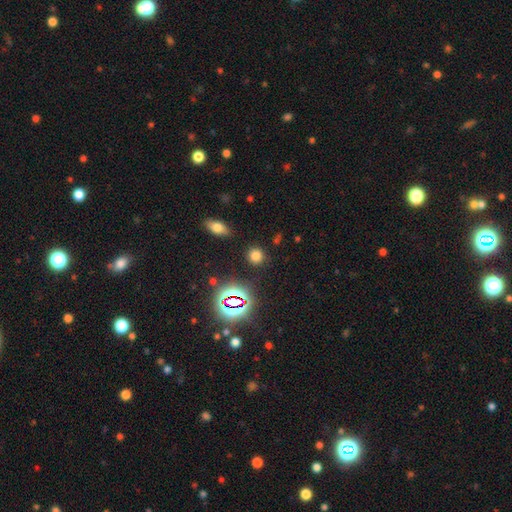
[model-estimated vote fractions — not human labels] Smooth or featured? smooth (71%)
How rounded? round (88%)
Merging? none (88%)